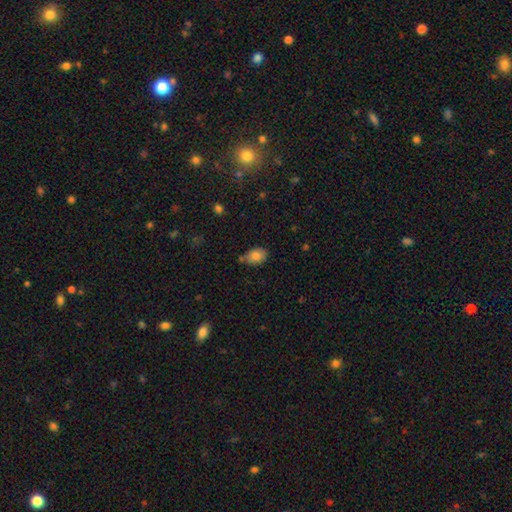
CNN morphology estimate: This appears to be a smooth galaxy with no disk features (81%) that is in between round and cigar-shaped (82%). Merging: none (67%).